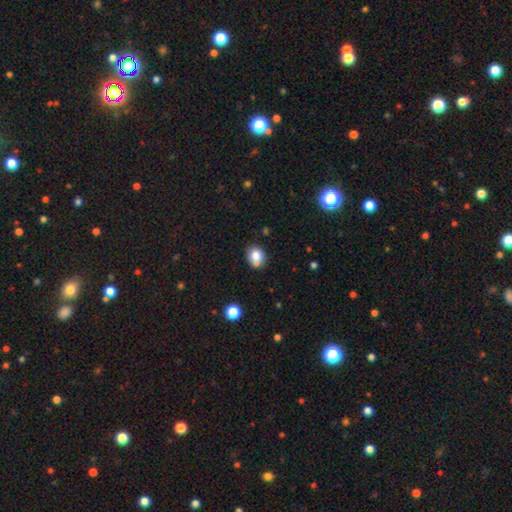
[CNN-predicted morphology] smooth_or_featured: smooth (p=0.79) [alt: featured or disk p=0.11]
how_rounded: round (p=0.67) [alt: in between p=0.32]
merging: none (p=0.63) [alt: merger p=0.18]